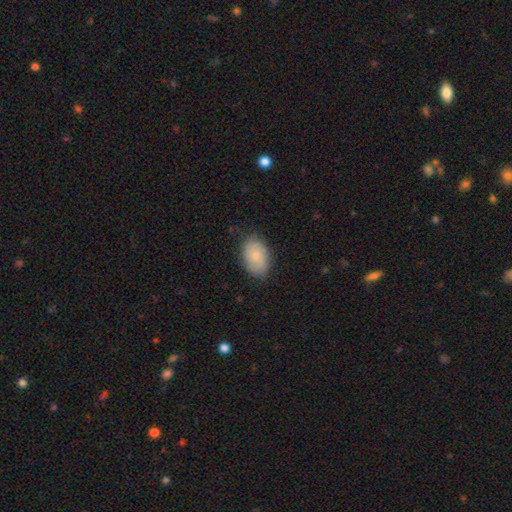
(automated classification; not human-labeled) Smooth or featured?
  - smooth: 79% *
  - featured or disk: 15%
  - star or artifact: 6%
How rounded?
  - in between: 89% *
  - round: 10%
  - cigar-shaped: 1%
Merging?
  - none: 77% *
  - minor disturbance: 19%
  - major disturbance: 4%
  - merger: 1%